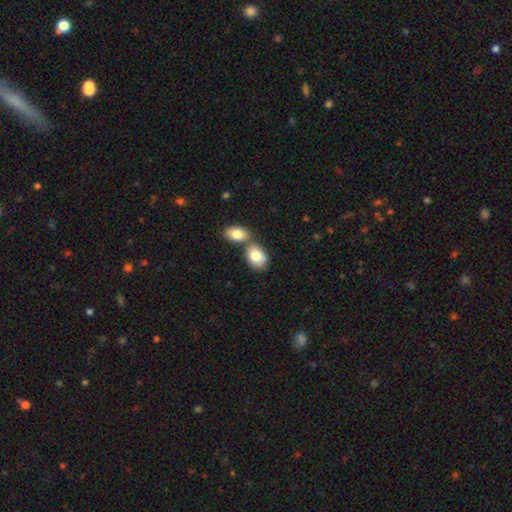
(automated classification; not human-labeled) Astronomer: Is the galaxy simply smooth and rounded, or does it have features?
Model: smooth — 80%.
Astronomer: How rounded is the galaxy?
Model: in between — 81%.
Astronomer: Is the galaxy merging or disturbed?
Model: merger — 52% (runner-up: none, 35%).